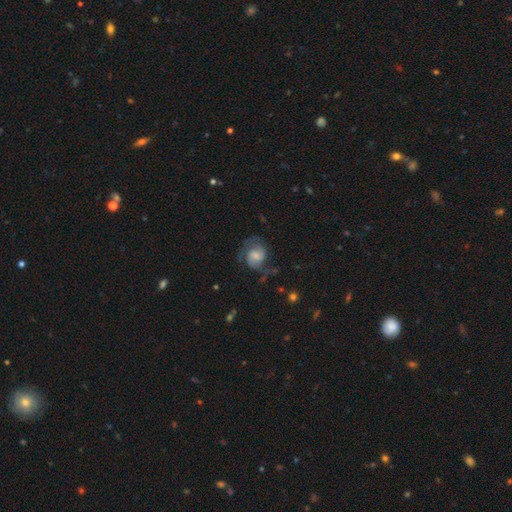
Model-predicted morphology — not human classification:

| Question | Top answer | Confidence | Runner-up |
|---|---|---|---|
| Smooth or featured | featured or disk | 73% | smooth (20%) |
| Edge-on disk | no | 98% | yes (2%) |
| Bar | no | 57% | weak (36%) |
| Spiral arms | yes | 93% | no (7%) |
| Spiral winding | medium | 47% | tight (31%) |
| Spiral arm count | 2 | 81% | can't tell (8%) |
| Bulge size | small | 42% | moderate (37%) |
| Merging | none | 60% | minor disturbance (20%) |